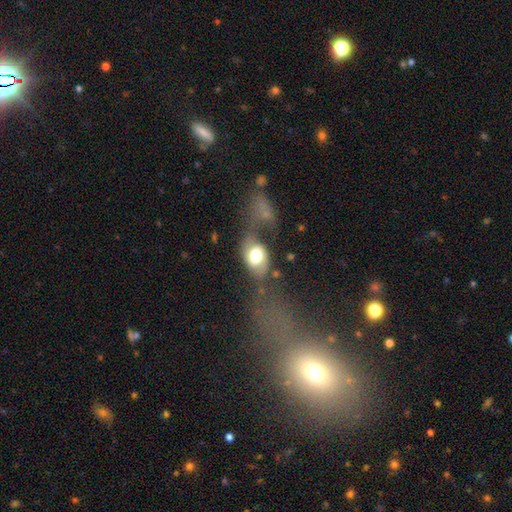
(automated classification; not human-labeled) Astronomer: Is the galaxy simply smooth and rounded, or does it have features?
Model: featured or disk — 49% (runner-up: smooth, 44%).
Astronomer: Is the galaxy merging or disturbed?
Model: major disturbance — 34% (runner-up: none, 28%).